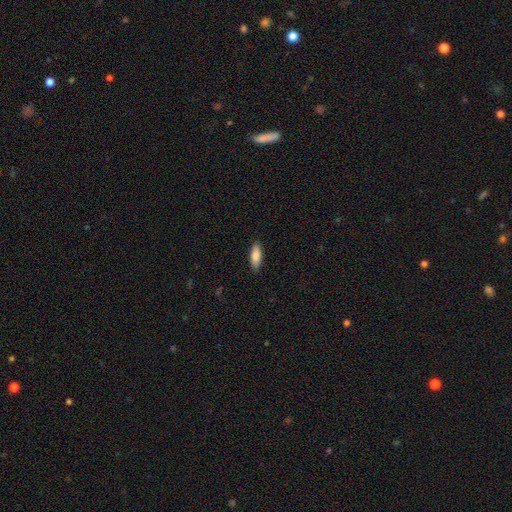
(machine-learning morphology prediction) smooth-or-featured: smooth: 84% | featured or disk: 10% | star or artifact: 6%
  how-rounded: in between: 62% | cigar-shaped: 36% | round: 2%
  merging: none: 88% | minor disturbance: 9% | major disturbance: 2% | merger: 1%